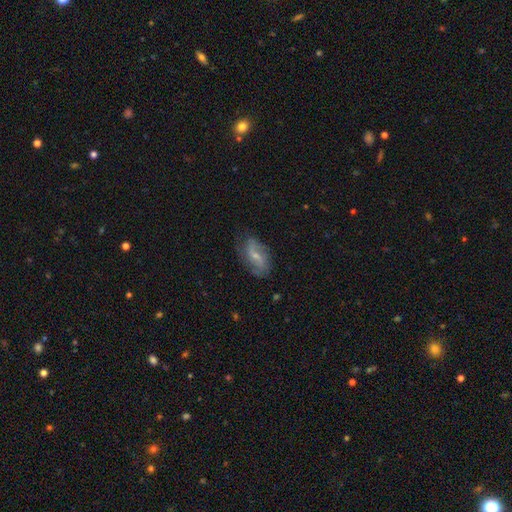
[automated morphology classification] Smooth or featured?
  - featured or disk: 66% *
  - smooth: 27%
  - star or artifact: 7%
Edge-on disk?
  - no: 93% *
  - yes: 7%
Bar?
  - weak: 46% *
  - no: 35%
  - strong: 19%
Spiral arms?
  - yes: 85% *
  - no: 15%
Spiral winding?
  - loose: 59% *
  - medium: 28%
  - tight: 13%
Spiral arm count?
  - 2: 79% *
  - can't tell: 12%
  - 1: 4%
  - 3: 2%
  - 4: 1%
  - more than 4: 1%
Bulge size?
  - small: 62% *
  - moderate: 31%
  - none: 5%
  - large: 1%
  - dominant: 1%
Merging?
  - none: 71% *
  - minor disturbance: 20%
  - major disturbance: 7%
  - merger: 2%